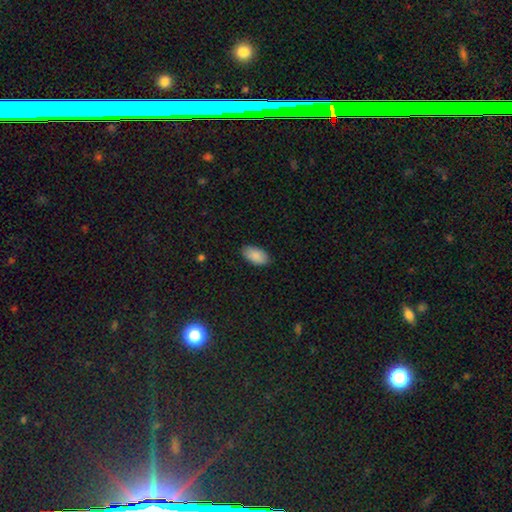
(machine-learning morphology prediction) Smooth or featured? Predicted: smooth (p=0.89). How rounded? Predicted: in between (p=0.95). Merging? Predicted: none (p=0.87).